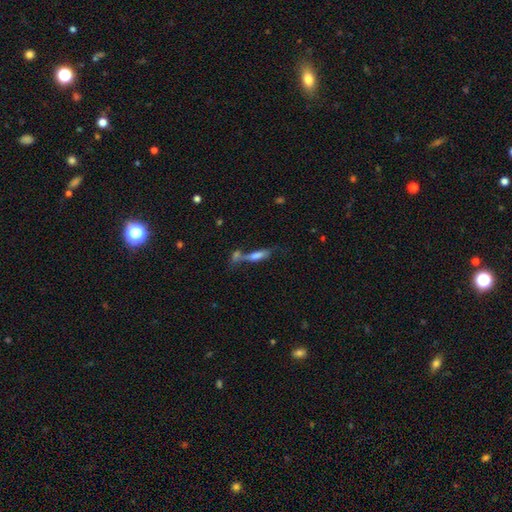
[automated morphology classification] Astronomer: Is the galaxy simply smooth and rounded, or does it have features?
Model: smooth — 57%.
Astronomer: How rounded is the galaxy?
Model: cigar-shaped — 67%.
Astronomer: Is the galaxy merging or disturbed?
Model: merger — 46% (runner-up: none, 31%).